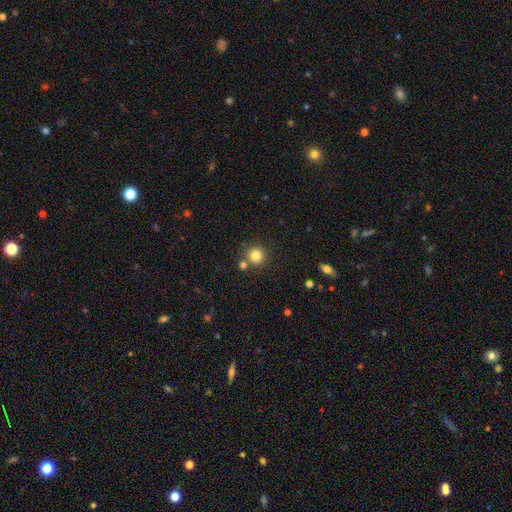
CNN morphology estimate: This is clearly a smooth galaxy (82%). How rounded: clearly round (94%). Merging: likely none (77%).